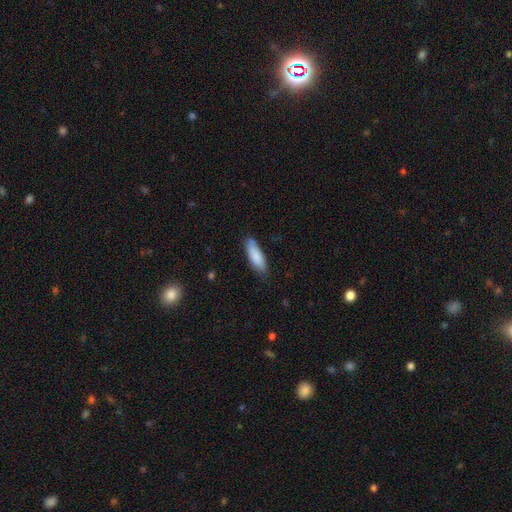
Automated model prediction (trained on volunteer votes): A smooth galaxy with no disk features (85%) that is in between round and cigar-shaped (56%).

Vote fractions:
- Smooth or featured? smooth: 85% / featured or disk: 9% / star or artifact: 6%
- How rounded? in between: 56% / cigar-shaped: 42% / round: 2%
- Merging? none: 76% / minor disturbance: 19% / major disturbance: 3% / merger: 2%